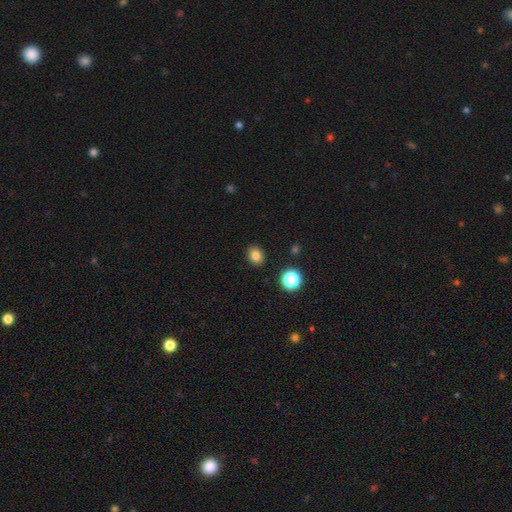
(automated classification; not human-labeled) A smooth galaxy with no disk features (82%) that is round (59%).

Vote fractions:
- Smooth or featured? smooth: 82% / star or artifact: 13% / featured or disk: 5%
- How rounded? round: 59% / in between: 40% / cigar-shaped: 1%
- Merging? none: 90% / minor disturbance: 7% / major disturbance: 2% / merger: 2%